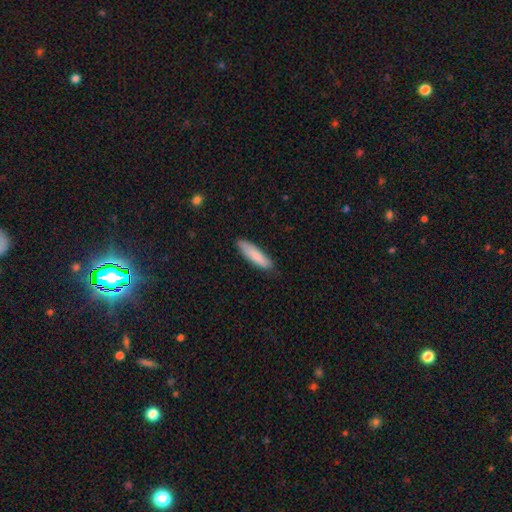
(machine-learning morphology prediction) The model was most divided on "how rounded": cigar-shaped: 70%, in between: 29%, round: 1%. More confident: merging — none (83%); smooth or featured — smooth (83%).